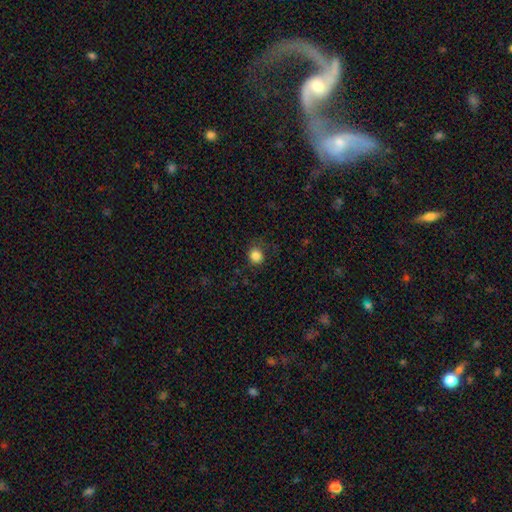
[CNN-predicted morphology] type=smooth (85%); roundness=round (86%); merging=none (79%).